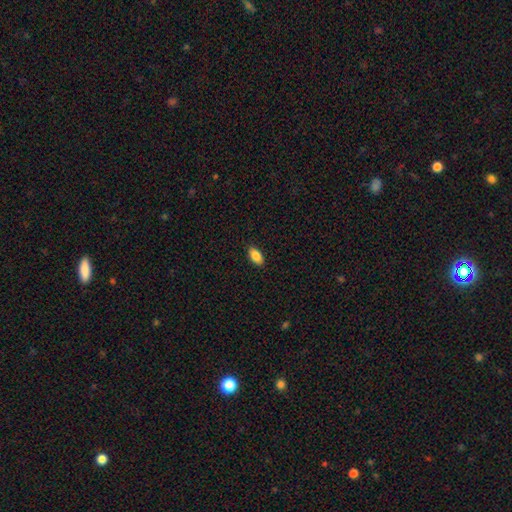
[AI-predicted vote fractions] Q: Smooth or featured?
A: smooth (86%); runner-up: star or artifact (7%)
Q: How rounded?
A: in between (92%); runner-up: cigar-shaped (4%)
Q: Merging?
A: none (90%); runner-up: minor disturbance (8%)